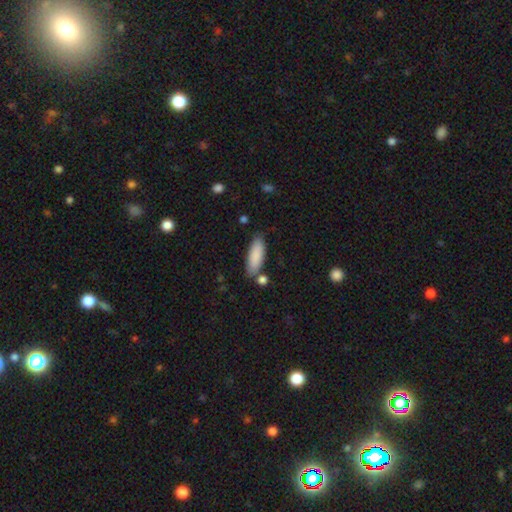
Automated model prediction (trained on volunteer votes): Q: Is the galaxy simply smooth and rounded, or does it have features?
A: smooth — 87%.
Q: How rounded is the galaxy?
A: in between — 61%.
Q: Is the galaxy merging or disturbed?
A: none — 78%.